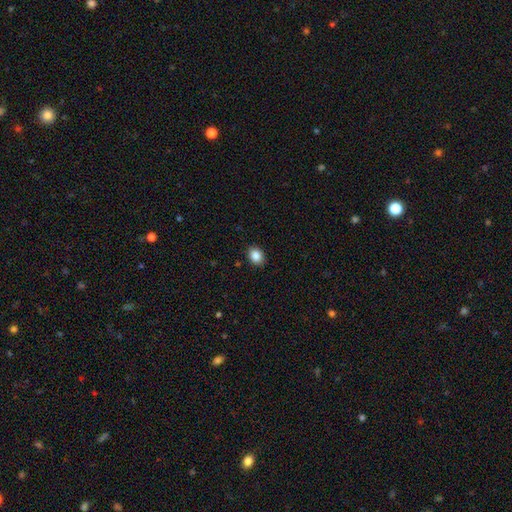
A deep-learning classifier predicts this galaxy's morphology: Smooth or featured? Predicted: smooth (p=0.87). How rounded? Predicted: in between (p=0.54). Merging? Predicted: none (p=0.90).